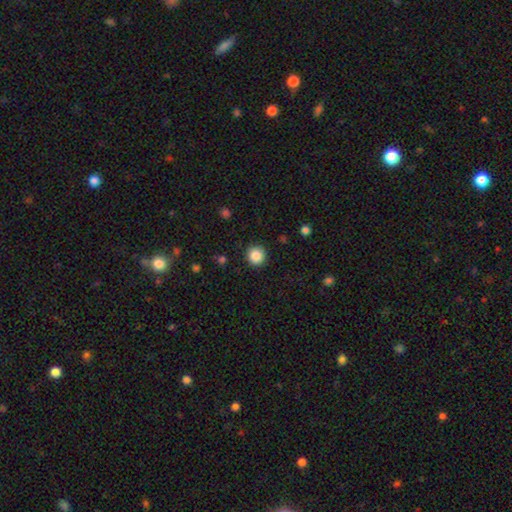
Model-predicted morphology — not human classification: This is clearly a smooth galaxy (87%). How rounded: clearly round (94%). Merging: clearly none (91%).